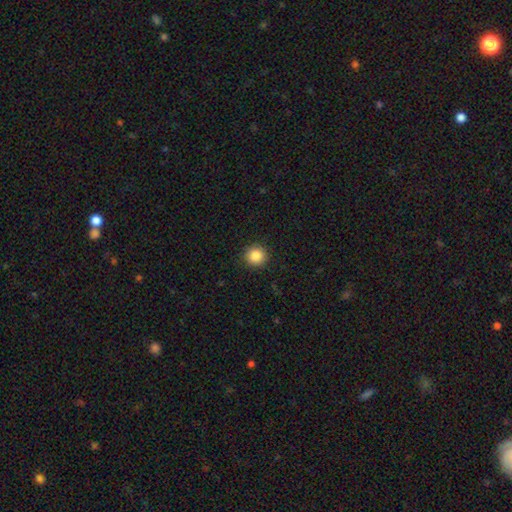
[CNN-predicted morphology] Smooth or featured? smooth (86%)
How rounded? round (94%)
Merging? none (92%)